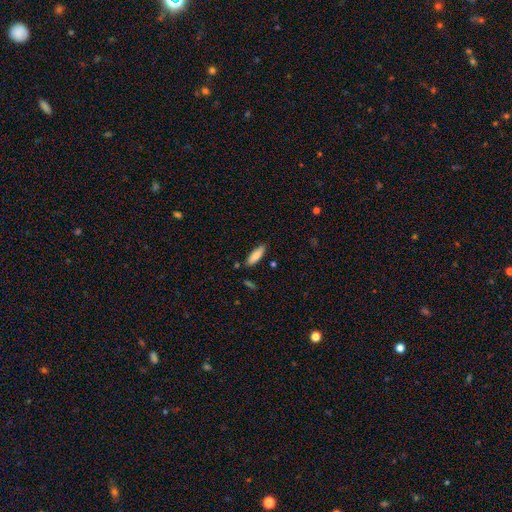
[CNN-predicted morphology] smooth-or-featured: smooth: 84% | featured or disk: 10% | star or artifact: 6%
  how-rounded: in between: 54% | cigar-shaped: 44% | round: 2%
  merging: none: 83% | minor disturbance: 12% | merger: 3% | major disturbance: 2%